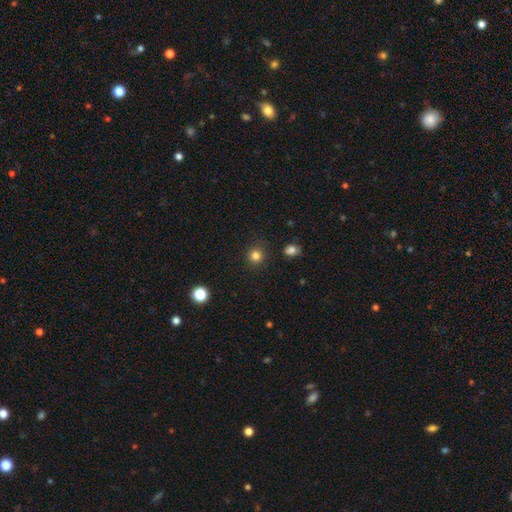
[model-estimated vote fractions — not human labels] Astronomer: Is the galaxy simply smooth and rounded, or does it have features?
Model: smooth — 82%.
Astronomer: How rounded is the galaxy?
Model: round — 93%.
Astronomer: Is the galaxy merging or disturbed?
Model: none — 89%.